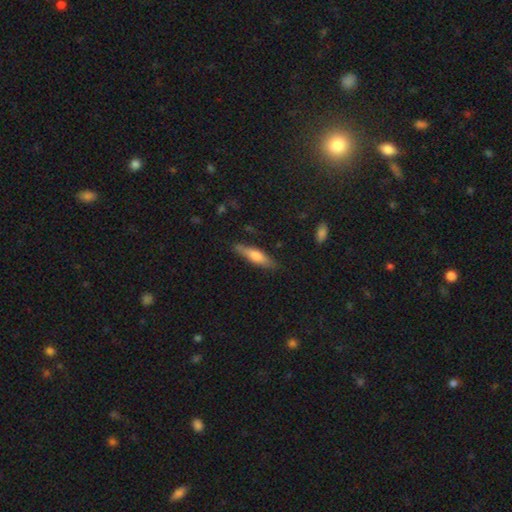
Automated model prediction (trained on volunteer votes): Q: Smooth or featured?
A: smooth (60%); runner-up: featured or disk (34%)
Q: How rounded?
A: cigar-shaped (73%); runner-up: in between (25%)
Q: Merging?
A: none (81%); runner-up: minor disturbance (14%)